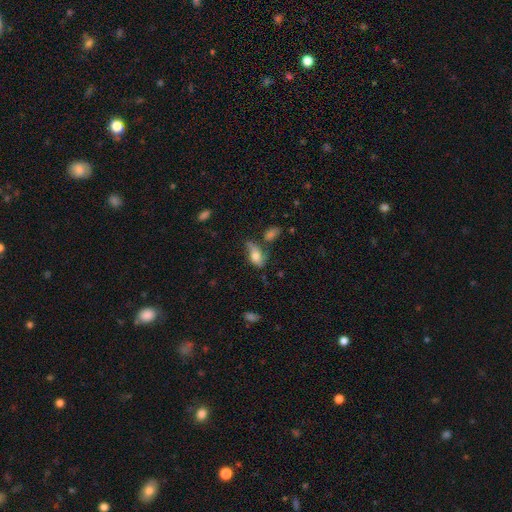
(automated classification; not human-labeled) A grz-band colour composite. It shows a smooth galaxy with no disk features (61%) that is in between round and cigar-shaped (88%). Merging: none (35%).